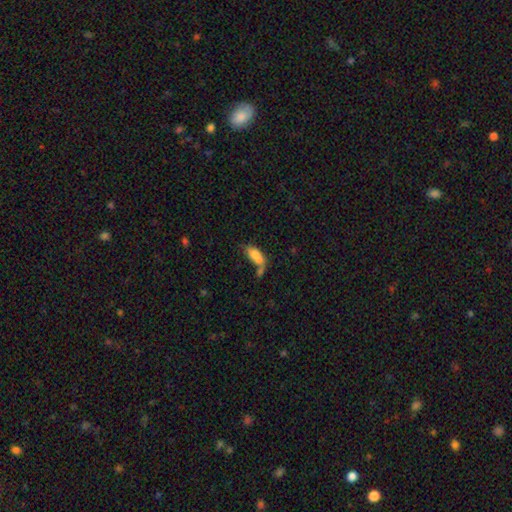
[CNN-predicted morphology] Smooth or featured? Predicted: smooth (p=0.69). How rounded? Predicted: in between (p=0.82). Merging? Predicted: merger (p=0.46).